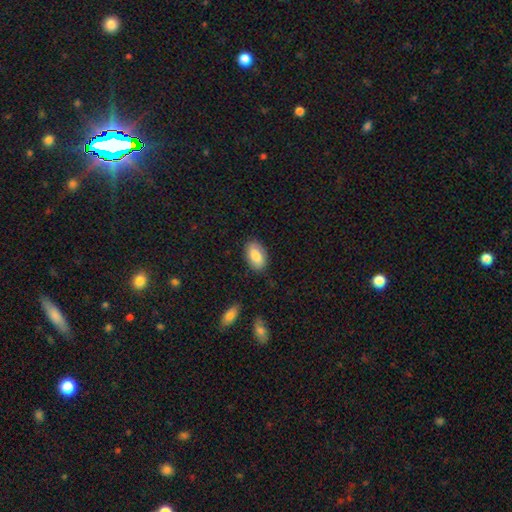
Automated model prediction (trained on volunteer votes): Smooth or featured? smooth (80%)
How rounded? in between (92%)
Merging? none (84%)